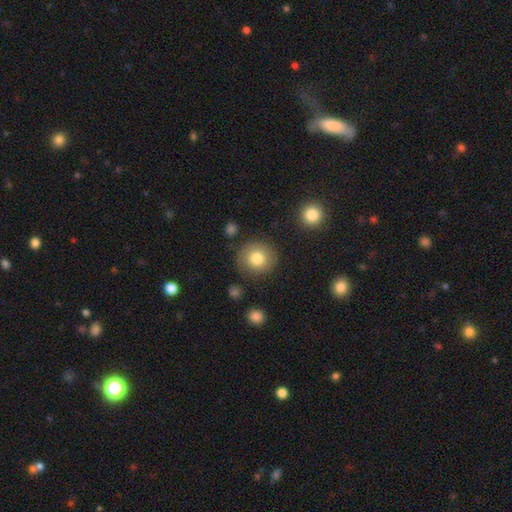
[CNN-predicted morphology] A smooth galaxy with no disk features (55%) that is round (91%).

Vote fractions:
- Smooth or featured? smooth: 55% / star or artifact: 31% / featured or disk: 13%
- How rounded? round: 91% / in between: 8% / cigar-shaped: 1%
- Merging? none: 87% / minor disturbance: 7% / merger: 3% / major disturbance: 3%